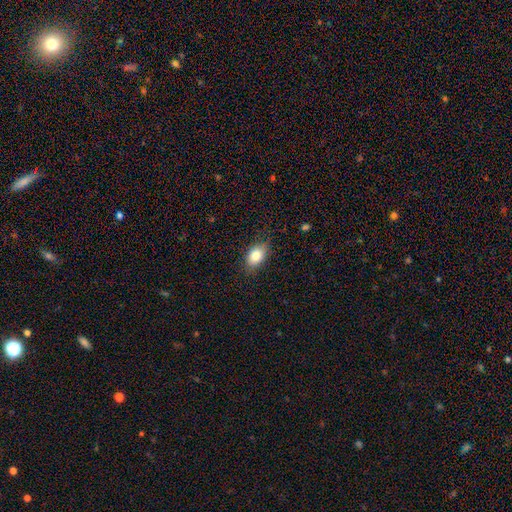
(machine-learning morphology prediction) This is clearly a smooth galaxy (83%). How rounded: clearly in between (85%). Merging: clearly none (81%).